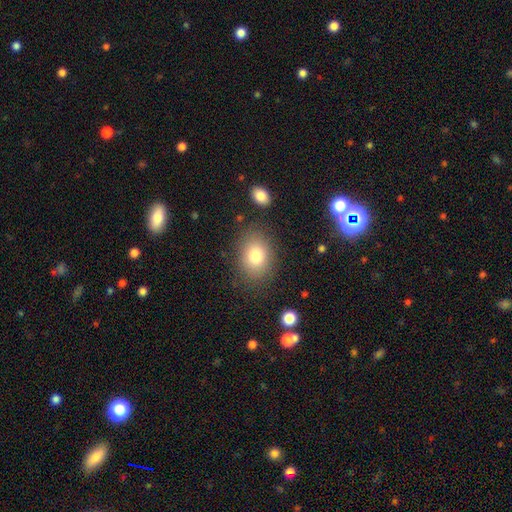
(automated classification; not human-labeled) smooth_or_featured: smooth (p=0.80) [alt: featured or disk p=0.10]
how_rounded: in between (p=0.69) [alt: round p=0.30]
merging: none (p=0.81) [alt: minor disturbance p=0.12]